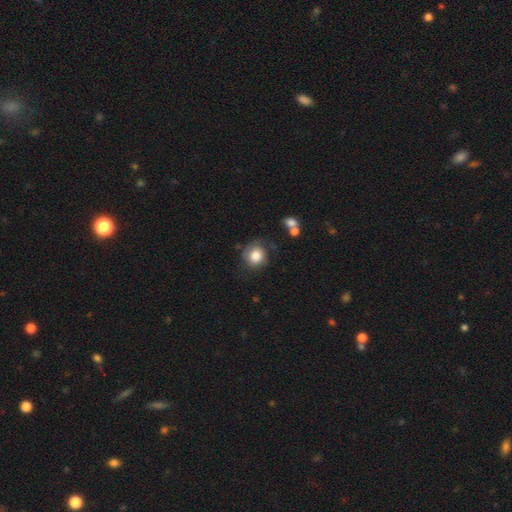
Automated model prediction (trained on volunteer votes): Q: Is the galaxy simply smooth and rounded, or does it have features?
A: smooth — 78%.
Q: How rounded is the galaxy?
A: round — 82%.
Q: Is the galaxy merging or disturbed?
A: none — 64%.